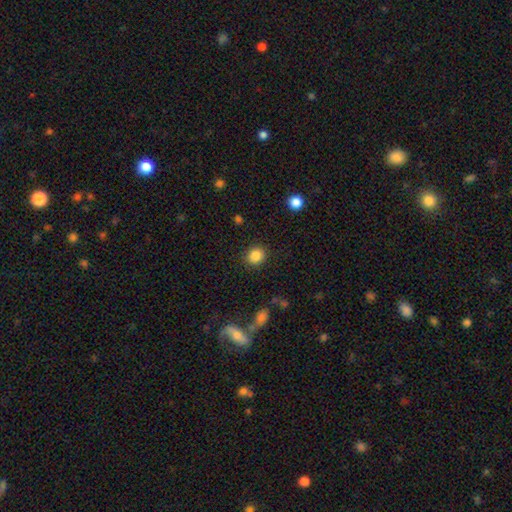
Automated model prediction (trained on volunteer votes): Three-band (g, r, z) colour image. It shows a smooth galaxy with no disk features (86%) that is round (81%). Merging: none (88%).